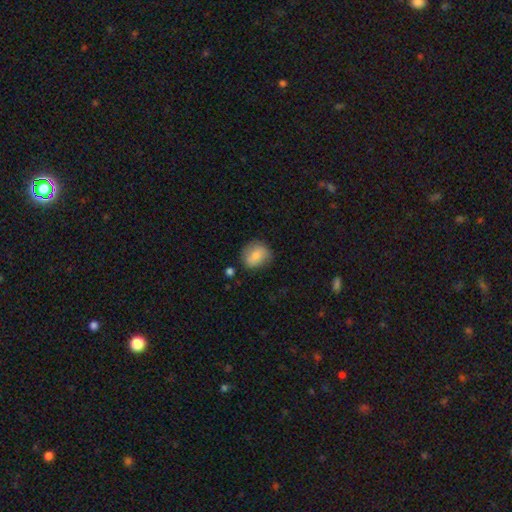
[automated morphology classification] This appears to be a smooth galaxy with no disk features (80%) that is round (57%). Merging: none (73%).